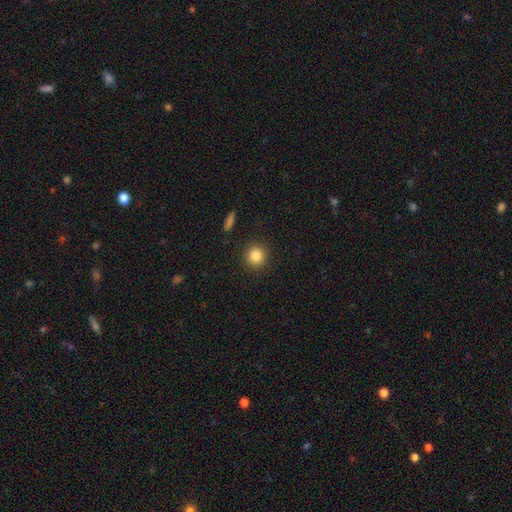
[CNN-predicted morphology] Smooth or featured? Predicted: smooth (p=0.84). How rounded? Predicted: round (p=0.91). Merging? Predicted: none (p=0.91).